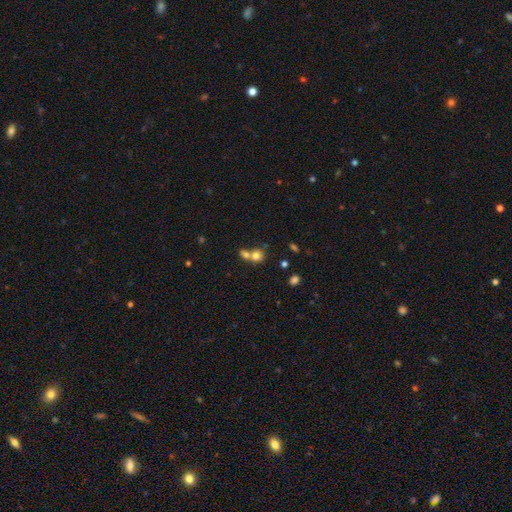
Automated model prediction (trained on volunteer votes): Smooth or featured: smooth — 74% (featured or disk — 13%)
How rounded: round — 79% (in between — 20%)
Merging: merger — 55% (none — 34%)